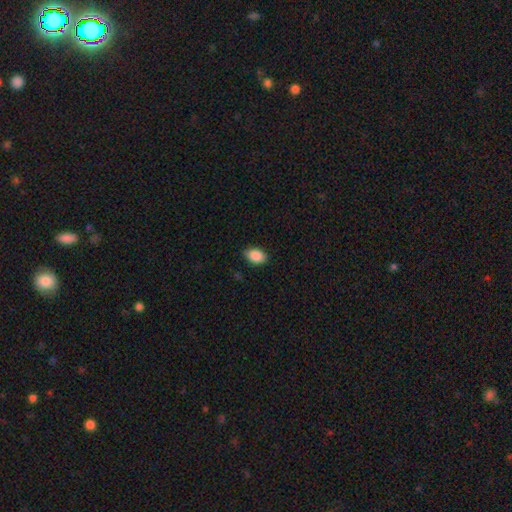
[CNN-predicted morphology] smooth 89%, star or artifact 7%, featured or disk 4%. Down the decision tree: how rounded — in between (88%); merging — none (87%).